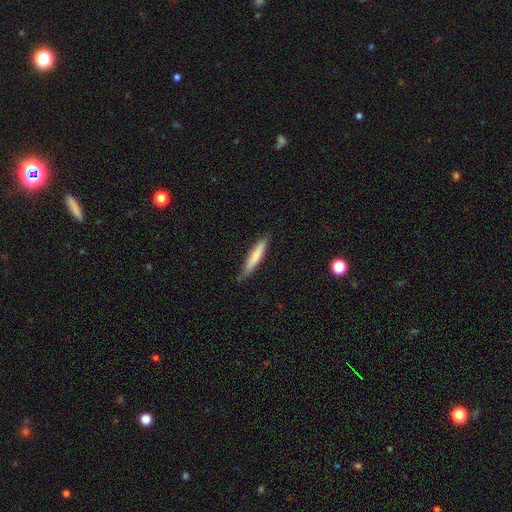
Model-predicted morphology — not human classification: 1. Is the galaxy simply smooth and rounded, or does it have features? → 72% smooth, 22% featured or disk, 5% star or artifact.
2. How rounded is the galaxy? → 92% cigar-shaped, 7% in between, 1% round.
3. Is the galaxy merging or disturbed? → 76% none, 19% minor disturbance, 3% major disturbance, 2% merger.